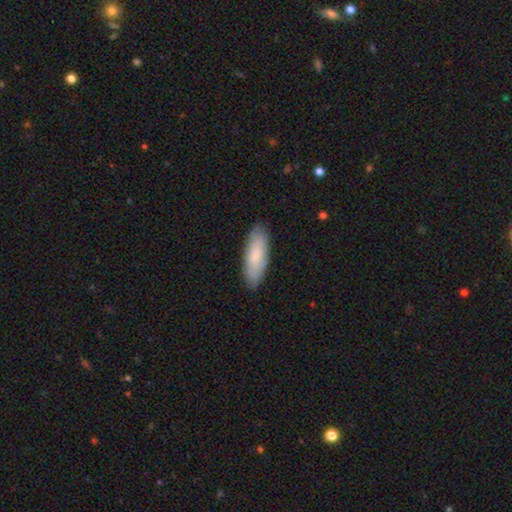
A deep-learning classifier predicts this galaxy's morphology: Overall: smooth (78%). How rounded: in between (67%; cigar-shaped 31%). Merging: none (86%).